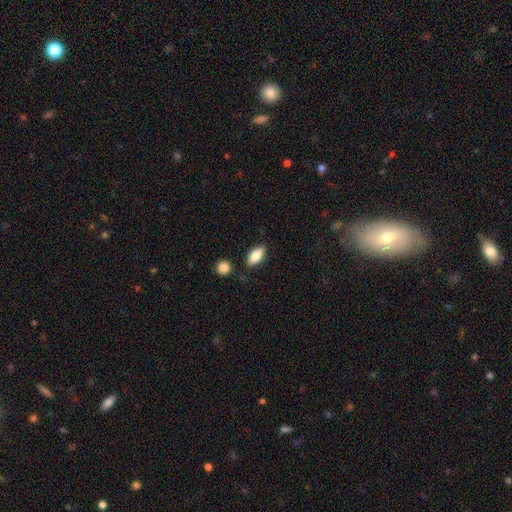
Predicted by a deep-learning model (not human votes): Morphology: type=smooth (77%); roundness=in between (85%); merging=none (83%).